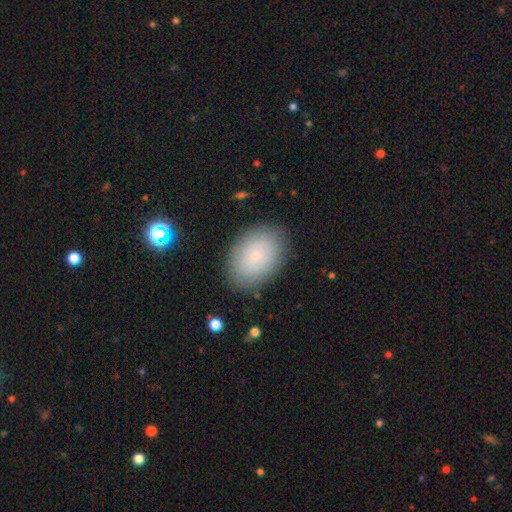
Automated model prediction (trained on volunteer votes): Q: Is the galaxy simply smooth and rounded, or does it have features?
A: smooth — 71%.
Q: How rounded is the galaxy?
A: in between — 84%.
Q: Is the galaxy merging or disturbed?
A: none — 85%.